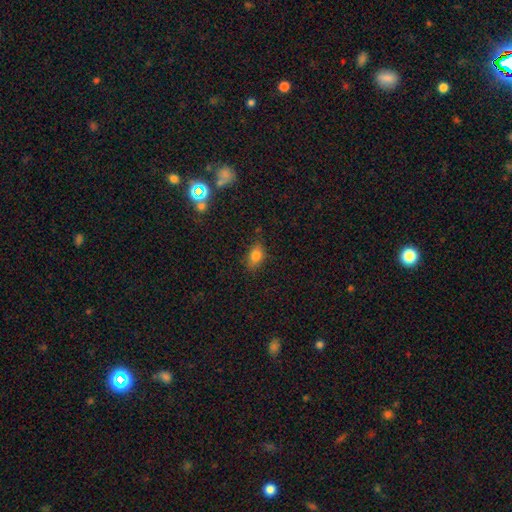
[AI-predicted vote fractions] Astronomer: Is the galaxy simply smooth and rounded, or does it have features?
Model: smooth — 80%.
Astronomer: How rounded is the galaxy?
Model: in between — 83%.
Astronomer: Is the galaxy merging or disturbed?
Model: none — 76%.